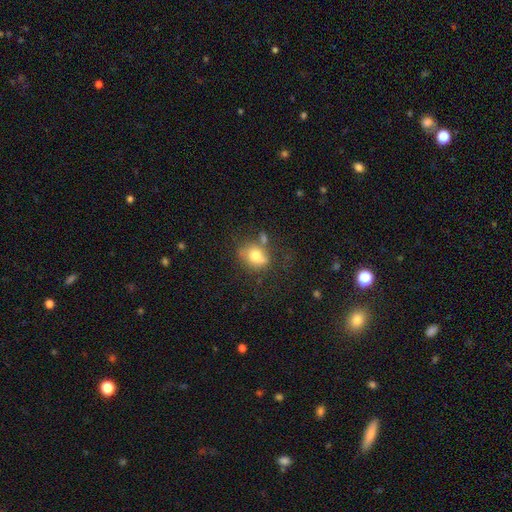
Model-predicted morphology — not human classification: Smooth or featured: smooth — 68% (featured or disk — 21%)
How rounded: in between — 52% (round — 47%)
Merging: none — 51% (minor disturbance — 24%)